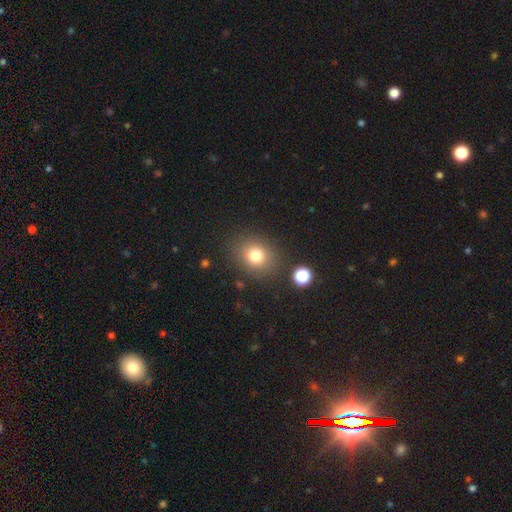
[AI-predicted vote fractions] smooth-or-featured: smooth: 77% | star or artifact: 14% | featured or disk: 9%
  how-rounded: round: 69% | in between: 30% | cigar-shaped: 1%
  merging: none: 82% | minor disturbance: 10% | major disturbance: 4% | merger: 4%